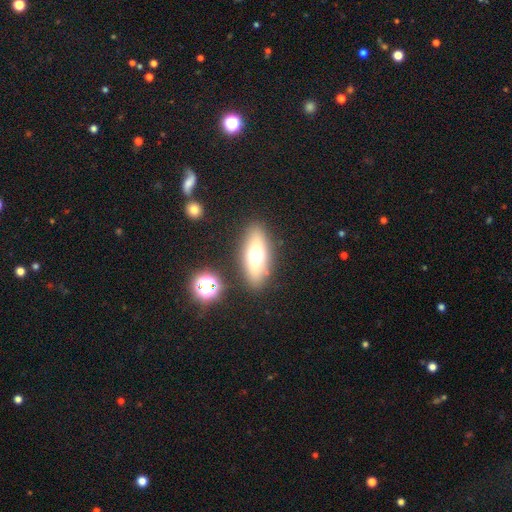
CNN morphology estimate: A smooth galaxy with no disk features (58%) that is in between round and cigar-shaped (68%).

Vote fractions:
- Smooth or featured? smooth: 58% / featured or disk: 29% / star or artifact: 12%
- How rounded? in between: 68% / cigar-shaped: 25% / round: 7%
- Merging? none: 85% / minor disturbance: 9% / major disturbance: 3% / merger: 3%